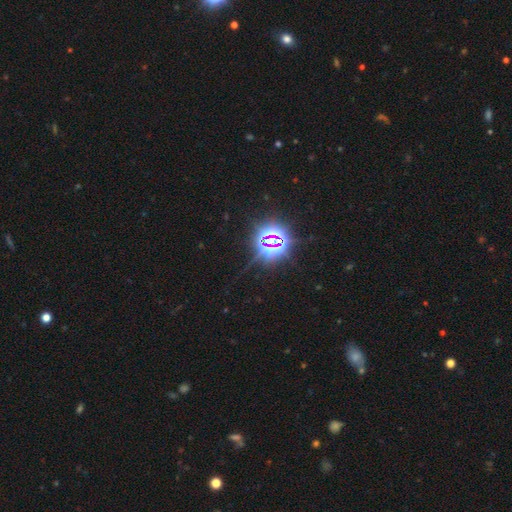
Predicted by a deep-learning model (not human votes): A star or artifact, not a galaxy (81%).